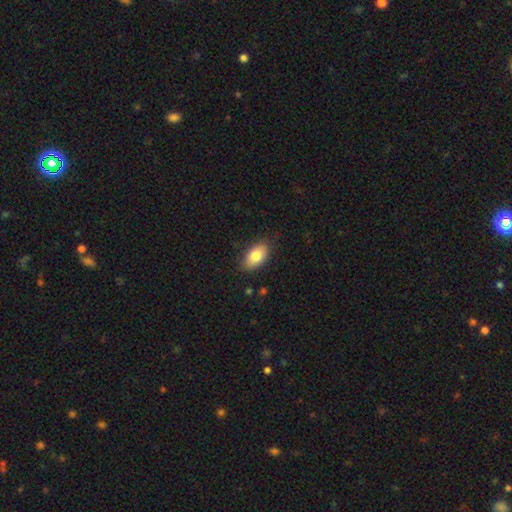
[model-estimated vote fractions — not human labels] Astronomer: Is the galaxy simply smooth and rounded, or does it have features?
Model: smooth — 82%.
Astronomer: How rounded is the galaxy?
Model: in between — 92%.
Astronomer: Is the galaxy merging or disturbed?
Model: none — 83%.